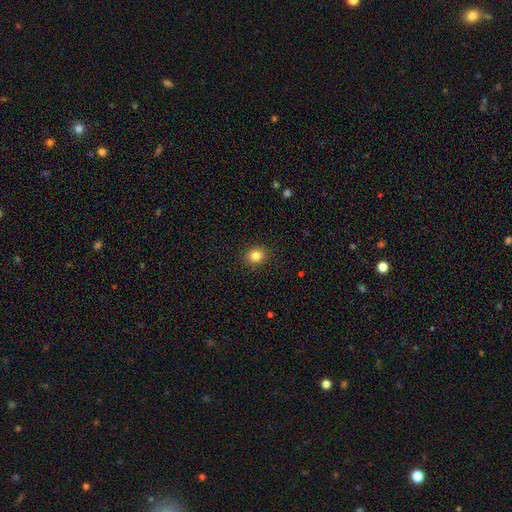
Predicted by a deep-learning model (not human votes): A smooth galaxy with no disk features (83%) that is round (73%). Merging: none (91%).